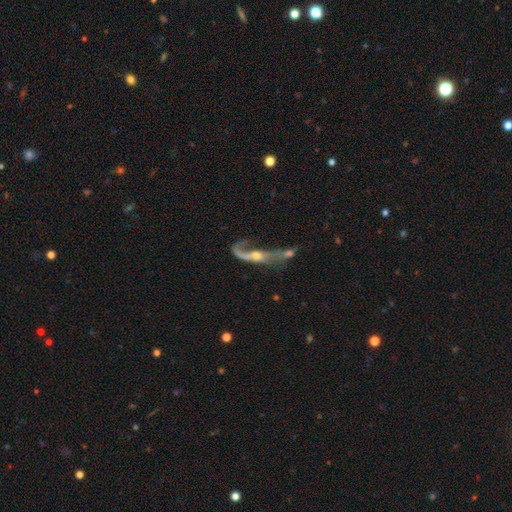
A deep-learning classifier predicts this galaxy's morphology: Overall: featured or disk (72%). Edge-on disk: no (73%). Bar: no (66%). Spiral arms: yes (67%; no 33%). Bulge size: moderate (43%; small 42%). Merging: merger (37%; major disturbance 33%).